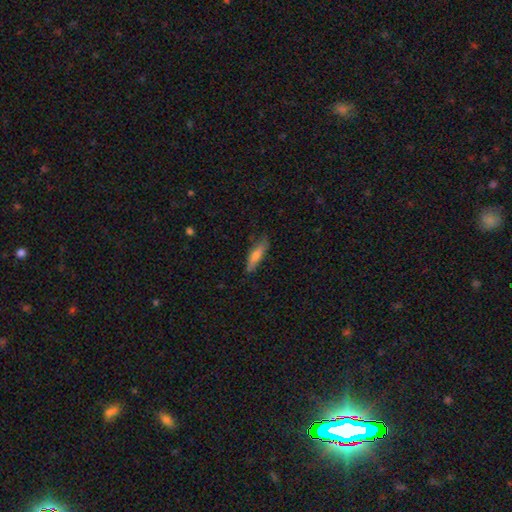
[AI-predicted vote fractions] This is likely a smooth galaxy (71%). How rounded: likely cigar-shaped (66%). Merging: likely none (72%).